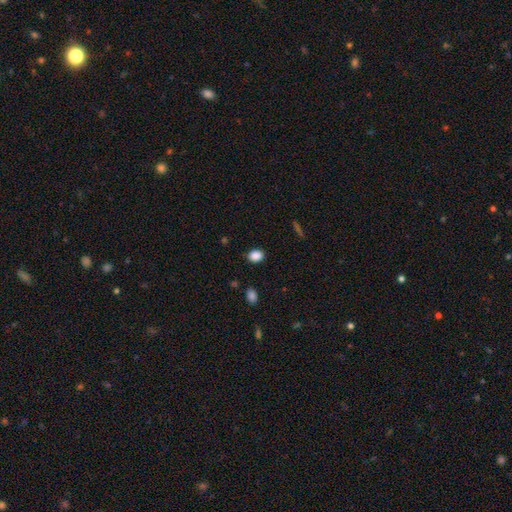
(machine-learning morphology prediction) Smooth or featured: smooth — 87% (star or artifact — 9%)
How rounded: in between — 62% (round — 37%)
Merging: none — 87% (minor disturbance — 9%)